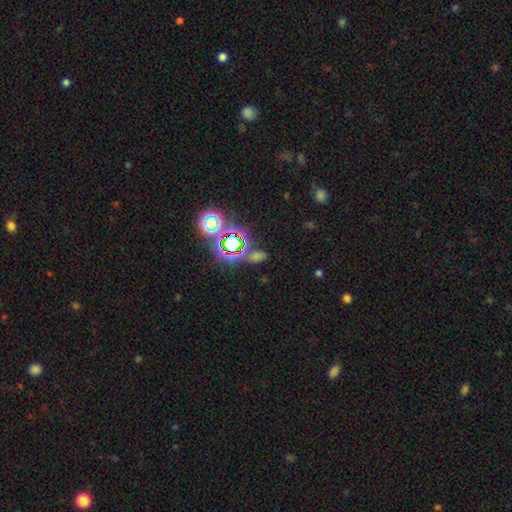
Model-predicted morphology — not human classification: Overall: star or artifact (59%; smooth 31%).